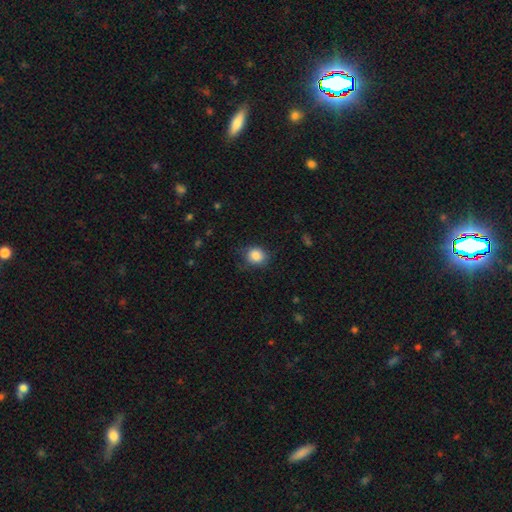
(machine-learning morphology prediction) smooth 86%, star or artifact 9%, featured or disk 5%. Down the decision tree: how rounded — round (73%); merging — none (75%).